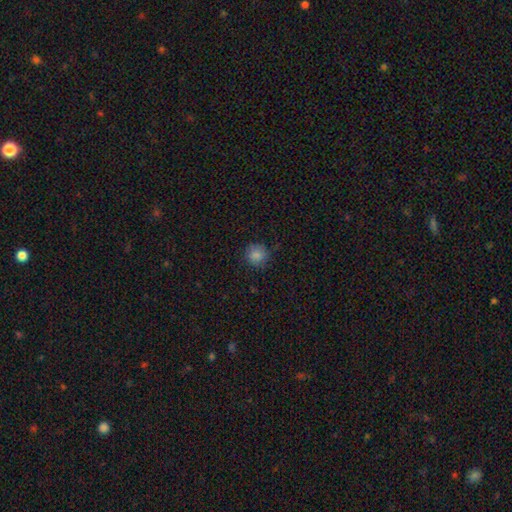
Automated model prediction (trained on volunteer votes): The model was most divided on "merging": none: 82%, minor disturbance: 14%, major disturbance: 4%, merger: 1%. More confident: how rounded — round (91%); smooth or featured — smooth (85%).